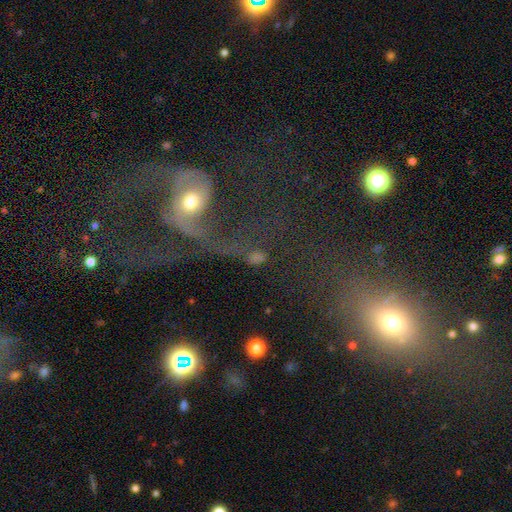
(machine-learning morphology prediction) Q: Smooth or featured?
A: featured or disk (39%); runner-up: smooth (37%)
Q: Merging?
A: none (35%); runner-up: major disturbance (30%)